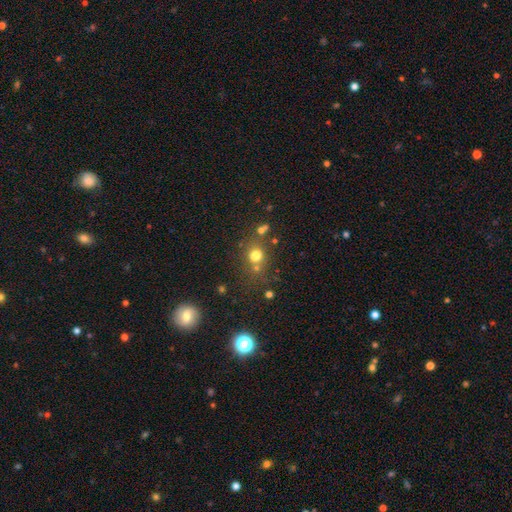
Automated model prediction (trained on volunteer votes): Smooth or featured: smooth — 71% (star or artifact — 19%)
How rounded: round — 73% (in between — 26%)
Merging: none — 60% (merger — 21%)